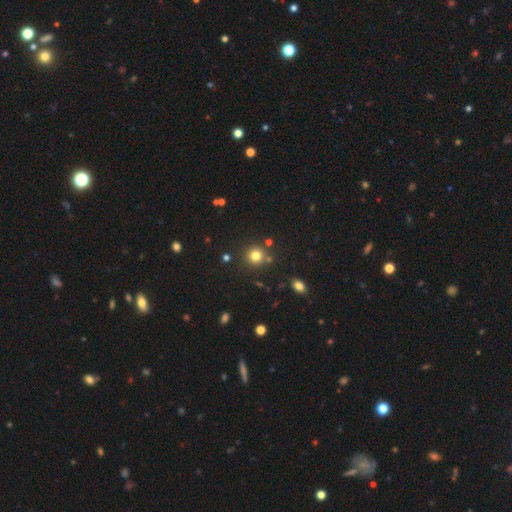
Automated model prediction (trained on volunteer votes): smooth_or_featured: smooth (p=0.78) [alt: star or artifact p=0.15]
how_rounded: round (p=0.92) [alt: in between p=0.07]
merging: none (p=0.82) [alt: minor disturbance p=0.08]